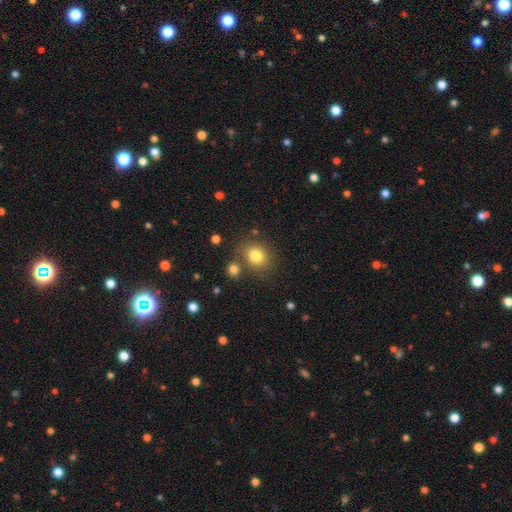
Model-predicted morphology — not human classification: This appears to be a smooth galaxy with no disk features (80%) that is round (68%). Merging: none (74%).